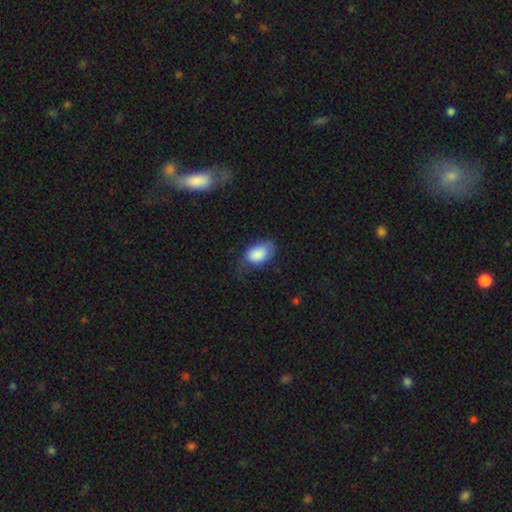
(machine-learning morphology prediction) A smooth galaxy with no disk features (84%) that is in between round and cigar-shaped (91%).

Vote fractions:
- Smooth or featured? smooth: 84% / featured or disk: 10% / star or artifact: 7%
- How rounded? in between: 91% / round: 8% / cigar-shaped: 1%
- Merging? none: 48% / minor disturbance: 34% / major disturbance: 17% / merger: 2%